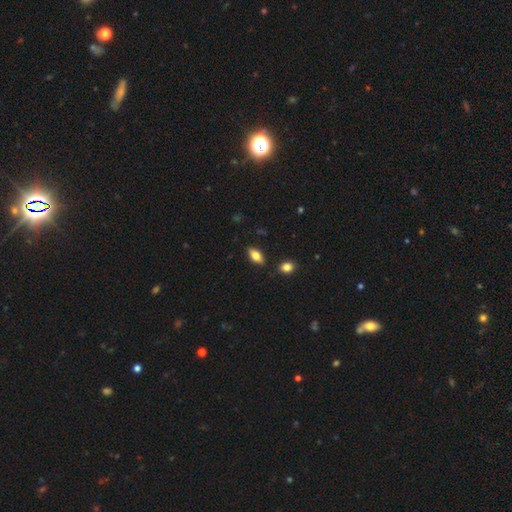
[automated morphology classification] type=smooth (75%); roundness=in between (88%); merging=none (87%).